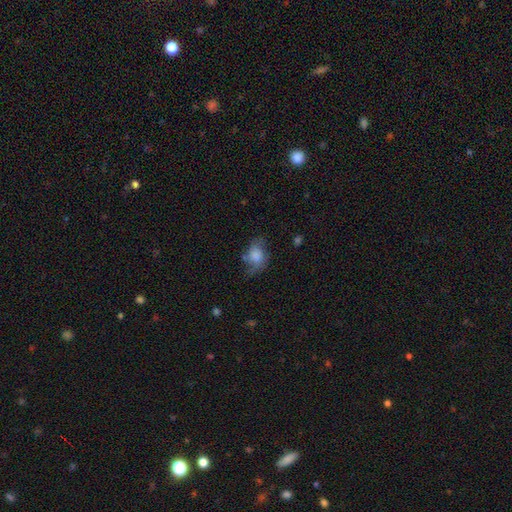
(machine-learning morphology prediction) This is likely a smooth galaxy (70%). How rounded: likely in between (73%). Merging: marginally none (43%).